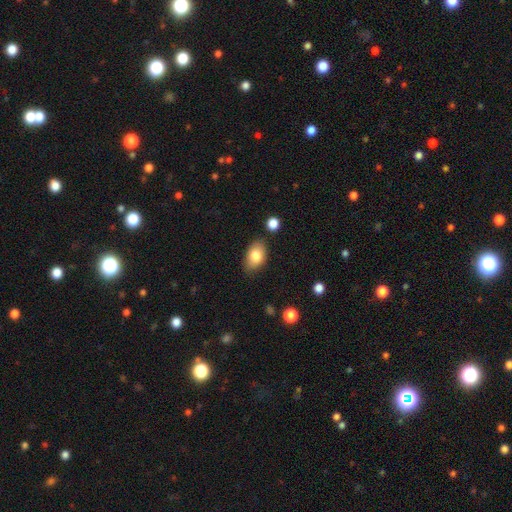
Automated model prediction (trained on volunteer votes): Q: Smooth or featured?
A: smooth (81%); runner-up: featured or disk (12%)
Q: How rounded?
A: in between (88%); runner-up: round (10%)
Q: Merging?
A: none (80%); runner-up: minor disturbance (14%)